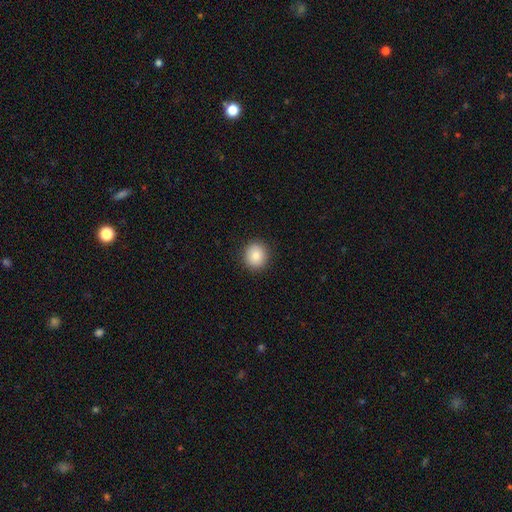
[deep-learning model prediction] A smooth galaxy with no disk features (85%) that is round (88%).

Vote fractions:
- Smooth or featured? smooth: 85% / star or artifact: 9% / featured or disk: 7%
- How rounded? round: 88% / in between: 11% / cigar-shaped: 1%
- Merging? none: 91% / minor disturbance: 6% / major disturbance: 2% / merger: 1%